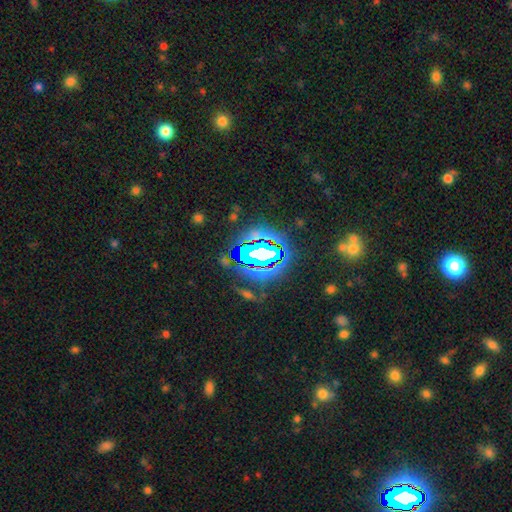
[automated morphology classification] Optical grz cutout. It shows a star or artifact, not a galaxy (65%).